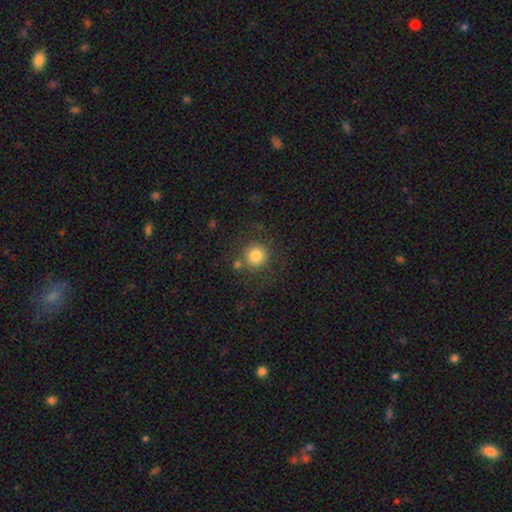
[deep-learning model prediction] Smooth or featured? Predicted: smooth (p=0.82). How rounded? Predicted: round (p=0.92). Merging? Predicted: none (p=0.76).